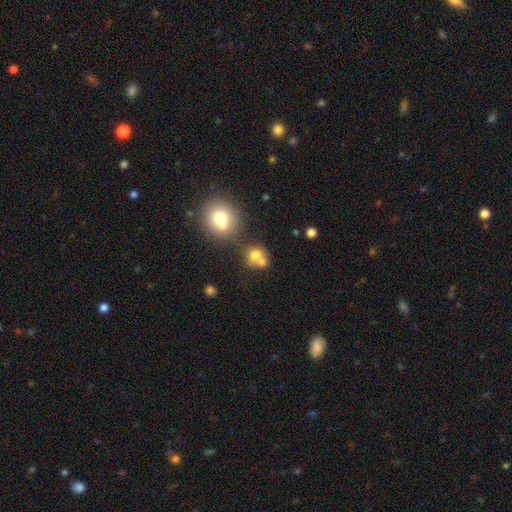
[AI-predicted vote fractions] Q: Smooth or featured?
A: smooth (72%); runner-up: featured or disk (15%)
Q: How rounded?
A: round (81%); runner-up: in between (18%)
Q: Merging?
A: none (44%); runner-up: merger (43%)